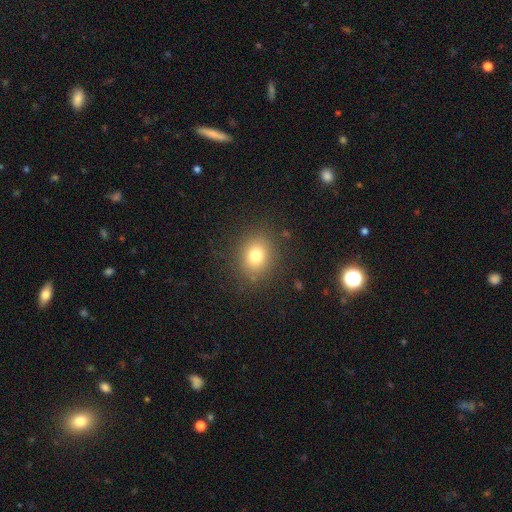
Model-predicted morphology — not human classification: This is likely a smooth galaxy (76%). How rounded: likely round (70%). Merging: clearly none (85%).